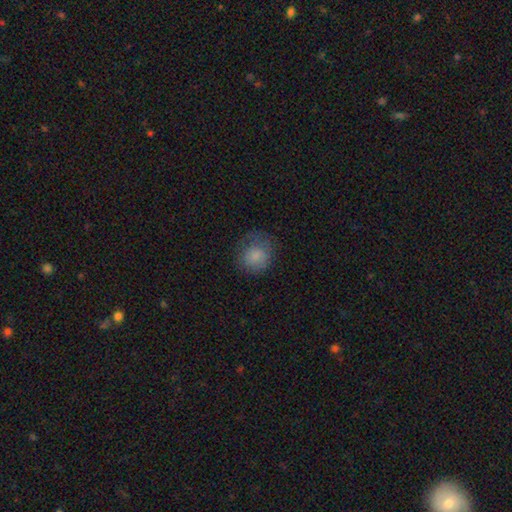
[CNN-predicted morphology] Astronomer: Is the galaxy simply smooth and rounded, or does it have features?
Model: smooth — 80%.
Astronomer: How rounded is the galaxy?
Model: round — 79%.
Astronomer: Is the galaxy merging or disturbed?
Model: none — 62%.